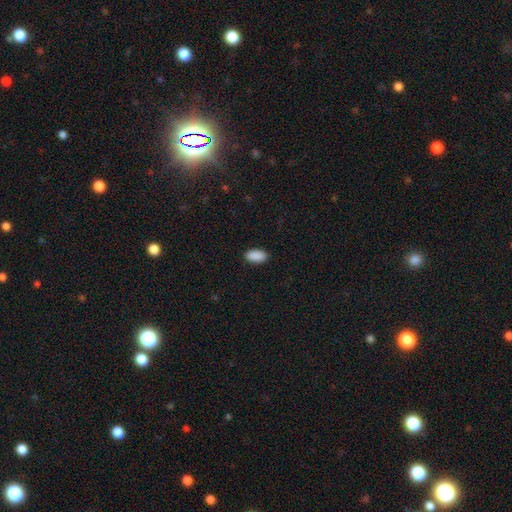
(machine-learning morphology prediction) type=smooth (91%); roundness=in between (94%); merging=none (89%).